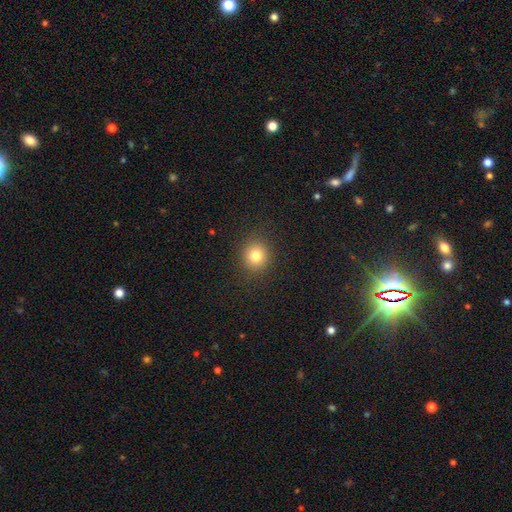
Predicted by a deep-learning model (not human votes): Overall: smooth (80%). How rounded: round (85%). Merging: none (89%).